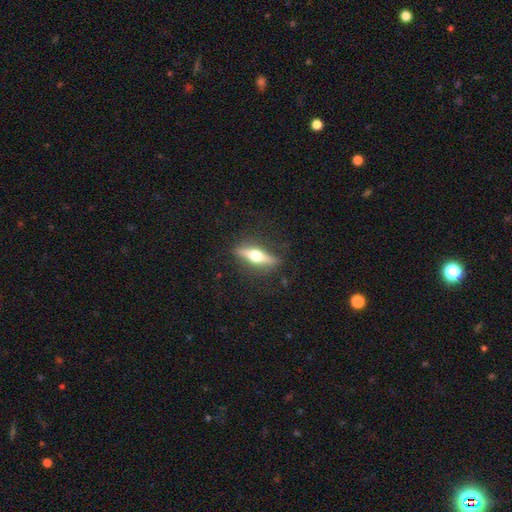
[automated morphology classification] smooth_or_featured: featured or disk (p=0.67) [alt: smooth p=0.28]
disk_edge_on: yes (p=0.95) [alt: no p=0.05]
edge_on_bulge: rounded (p=0.96) [alt: boxy p=0.02]
merging: none (p=0.86) [alt: minor disturbance p=0.10]